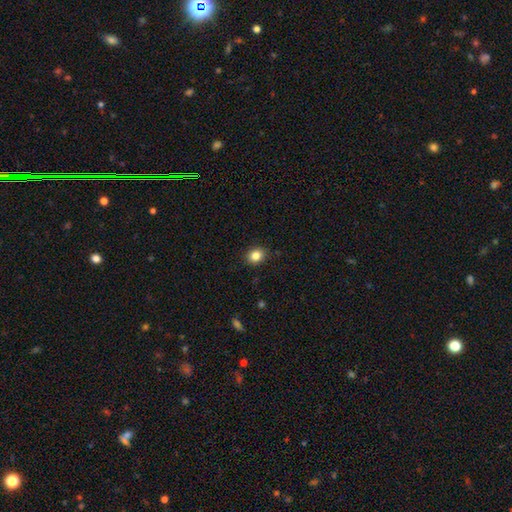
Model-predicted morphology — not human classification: smooth 84%, star or artifact 10%, featured or disk 5%. Down the decision tree: how rounded — round (59%); merging — none (89%).